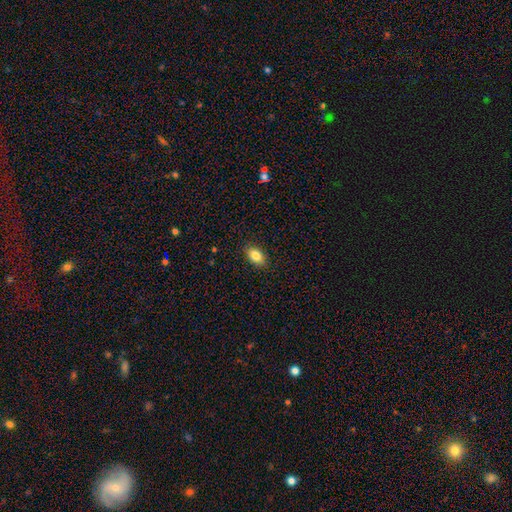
A smooth galaxy with no disk features (88%) that is in between round and cigar-shaped (89%). Merging: none (87%).